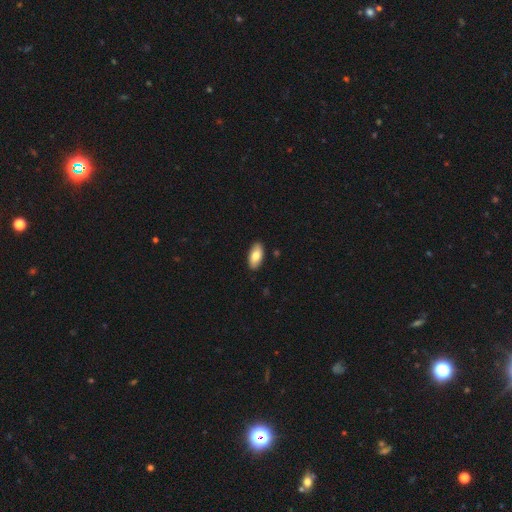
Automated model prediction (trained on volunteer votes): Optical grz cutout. It shows a smooth galaxy with no disk features (80%) that is in between round and cigar-shaped (92%). Merging: none (89%).